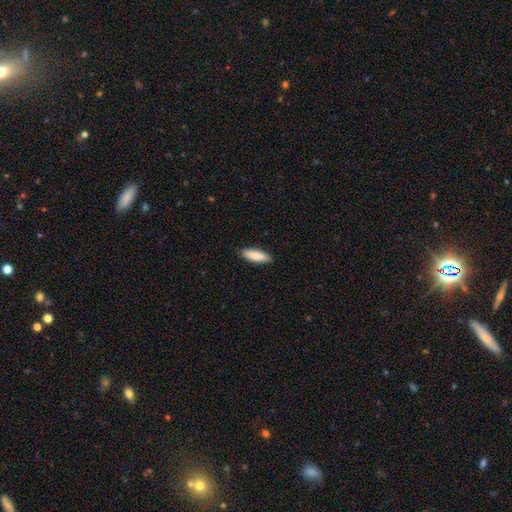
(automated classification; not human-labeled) Q: Smooth or featured?
A: smooth (89%); runner-up: featured or disk (6%)
Q: How rounded?
A: in between (59%); runner-up: cigar-shaped (40%)
Q: Merging?
A: none (88%); runner-up: minor disturbance (9%)